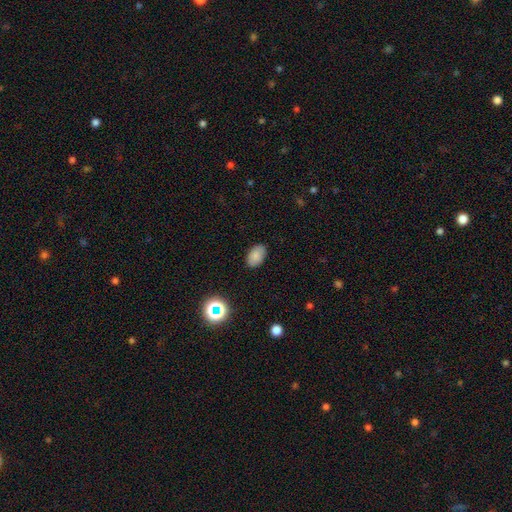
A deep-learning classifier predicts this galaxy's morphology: A smooth galaxy with no disk features (82%) that is in between round and cigar-shaped (91%). Merging: none (86%).